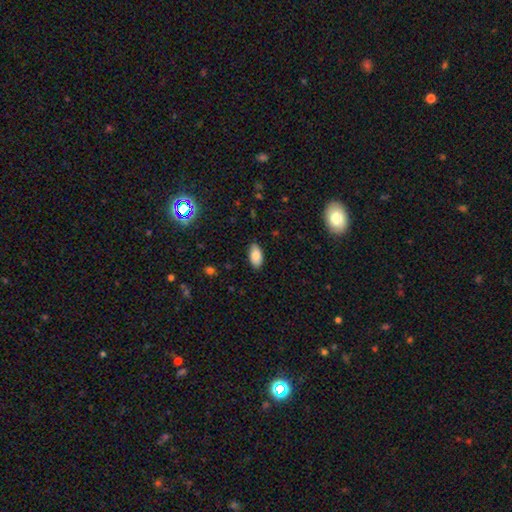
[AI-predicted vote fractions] Overall: smooth (85%). How rounded: in between (94%). Merging: none (86%).